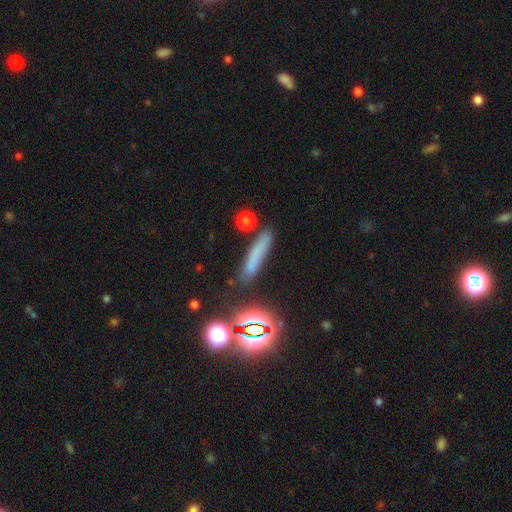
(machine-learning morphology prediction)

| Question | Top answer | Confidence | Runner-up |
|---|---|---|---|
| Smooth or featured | smooth | 61% | star or artifact (22%) |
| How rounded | cigar-shaped | 88% | in between (8%) |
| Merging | none | 79% | minor disturbance (13%) |